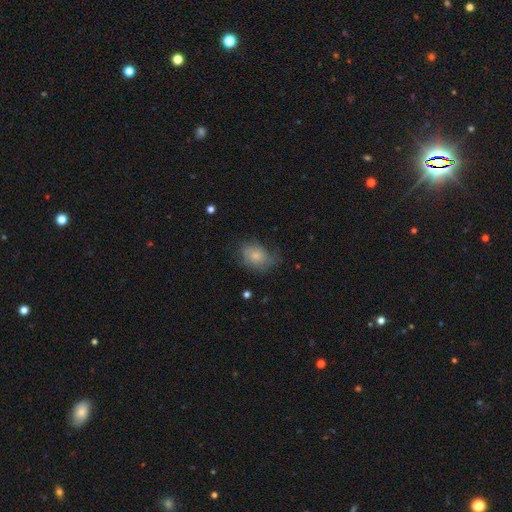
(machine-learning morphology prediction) smooth_or_featured: smooth (p=0.57) [alt: featured or disk p=0.34]
how_rounded: in between (p=0.70) [alt: round p=0.29]
merging: none (p=0.53) [alt: minor disturbance p=0.31]